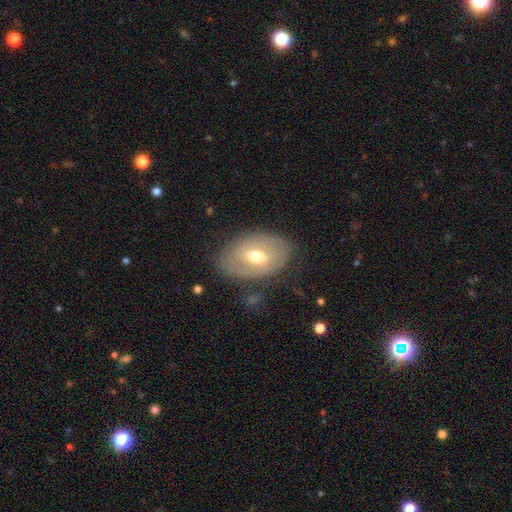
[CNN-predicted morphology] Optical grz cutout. It shows a featured or disk galaxy (54%). Merging: none (76%).